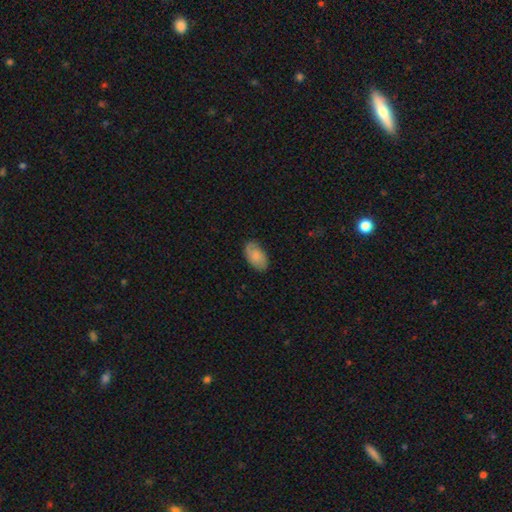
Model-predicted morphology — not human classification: The model was most divided on "smooth or featured": smooth: 72%, featured or disk: 21%, star or artifact: 6%. More confident: how rounded — in between (94%); merging — none (79%).